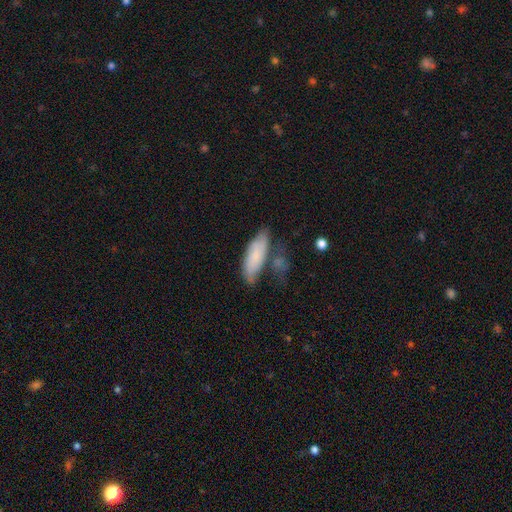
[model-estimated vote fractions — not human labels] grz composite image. It shows a smooth galaxy with no disk features (75%) that is in between round and cigar-shaped (60%). Merging: none (49%).